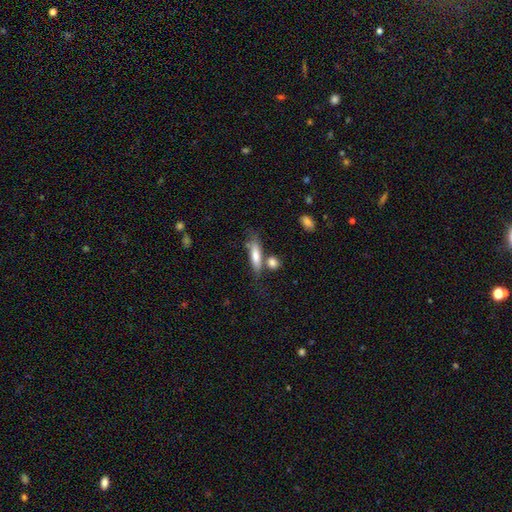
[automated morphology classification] smooth-or-featured: smooth: 70% | featured or disk: 24% | star or artifact: 7%
  how-rounded: cigar-shaped: 64% | in between: 33% | round: 3%
  merging: none: 57% | minor disturbance: 19% | merger: 17% | major disturbance: 8%